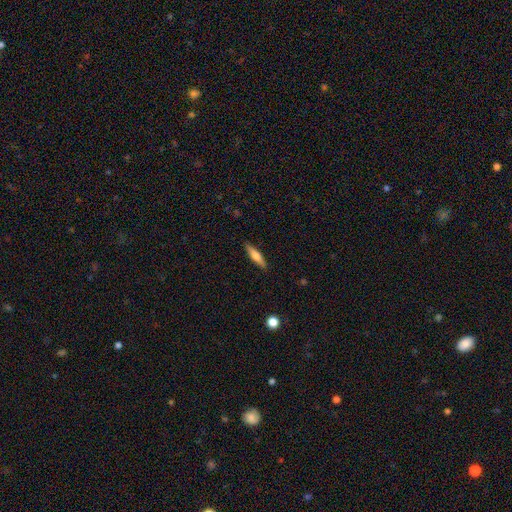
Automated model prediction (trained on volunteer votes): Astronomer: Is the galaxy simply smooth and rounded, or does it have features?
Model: smooth — 61%.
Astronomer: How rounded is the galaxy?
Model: cigar-shaped — 80%.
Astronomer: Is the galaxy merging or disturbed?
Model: none — 89%.